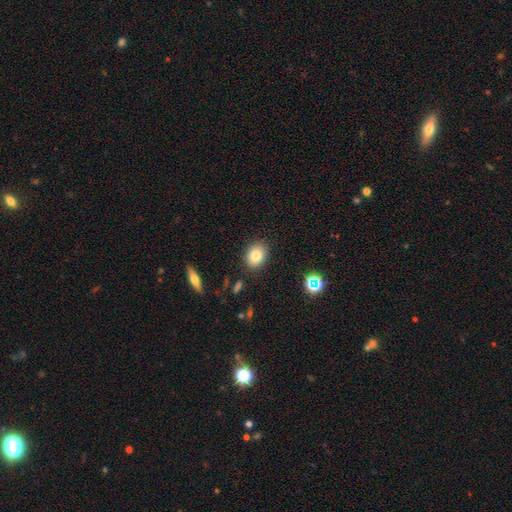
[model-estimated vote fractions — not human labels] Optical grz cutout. It shows a smooth galaxy with no disk features (81%) that is in between round and cigar-shaped (53%). Merging: none (88%).